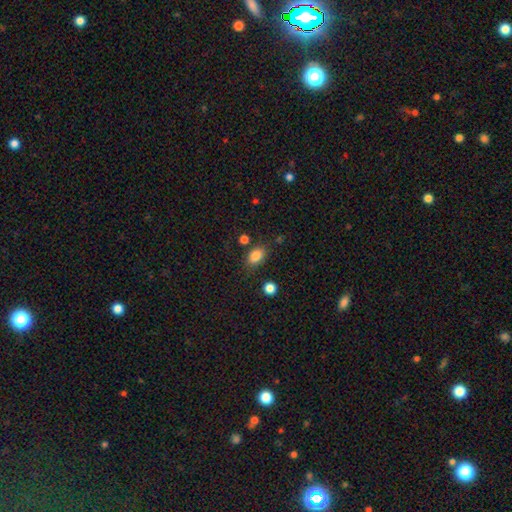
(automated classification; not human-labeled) Q: Smooth or featured?
A: smooth (84%); runner-up: star or artifact (10%)
Q: How rounded?
A: in between (79%); runner-up: round (20%)
Q: Merging?
A: none (76%); runner-up: minor disturbance (14%)